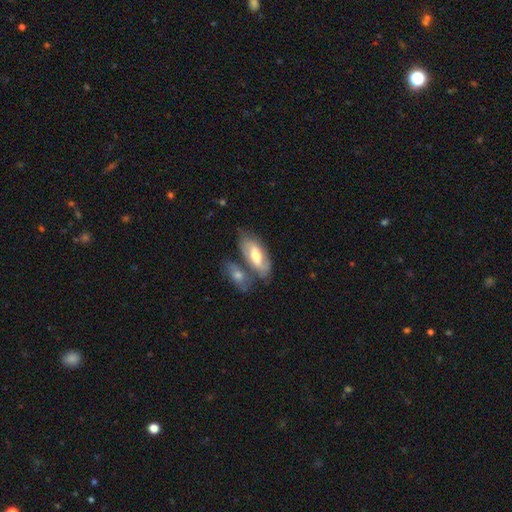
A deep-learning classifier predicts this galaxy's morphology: Smooth or featured: featured or disk — 56% (smooth — 38%)
Edge-on disk: no — 84% (yes — 16%)
Merging: none — 52% (merger — 25%)